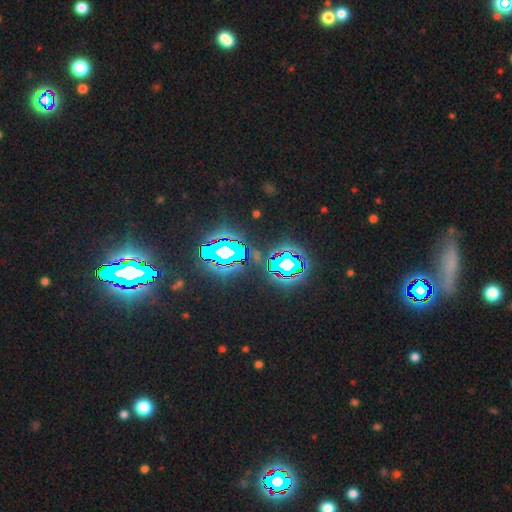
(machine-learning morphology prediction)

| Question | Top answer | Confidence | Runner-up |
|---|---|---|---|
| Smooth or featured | star or artifact | 80% | smooth (11%) |